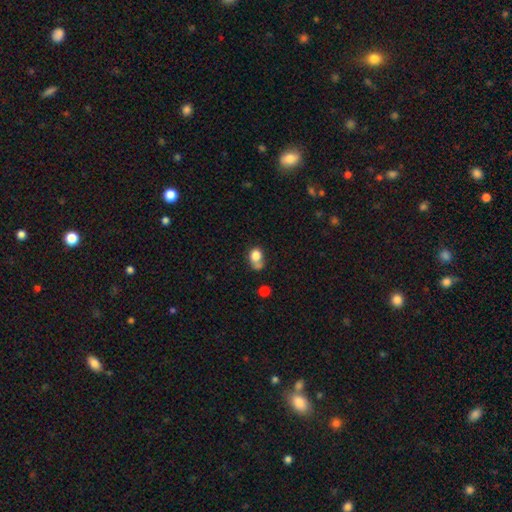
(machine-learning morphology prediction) smooth-or-featured: smooth: 79% | featured or disk: 11% | star or artifact: 10%
  how-rounded: round: 52% | in between: 47% | cigar-shaped: 1%
  merging: none: 37% | merger: 28% | minor disturbance: 20% | major disturbance: 14%